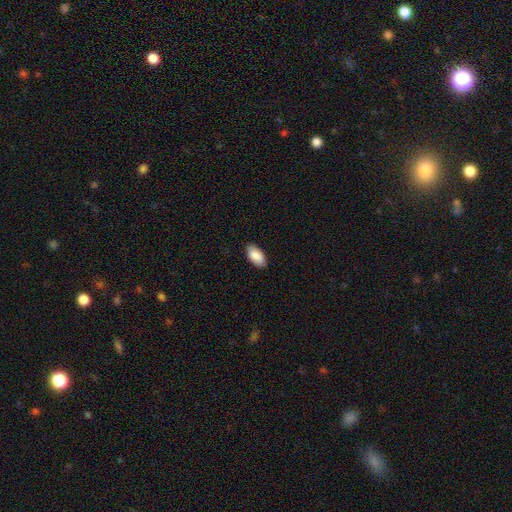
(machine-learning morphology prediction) A smooth galaxy with no disk features (89%) that is in between round and cigar-shaped (95%). Merging: none (87%).